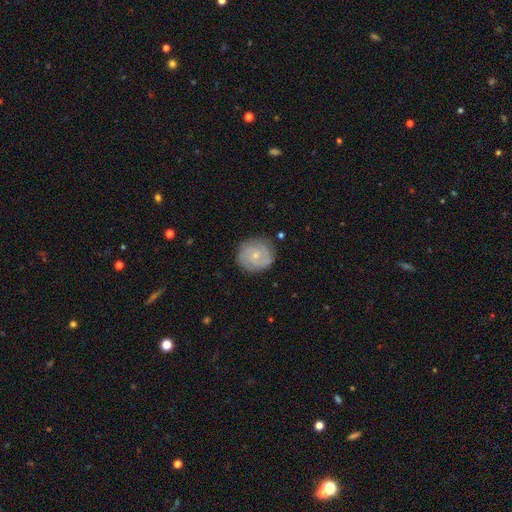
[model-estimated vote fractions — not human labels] Smooth or featured? Predicted: featured or disk (p=0.64). Edge-on disk? Predicted: no (p=0.98). Bar? Predicted: no (p=0.76). Spiral arms? Predicted: yes (p=0.88). Spiral winding? Predicted: tight (p=0.64). Spiral arm count? Predicted: 2 (p=0.37). Bulge size? Predicted: small (p=0.73). Merging? Predicted: none (p=0.83).